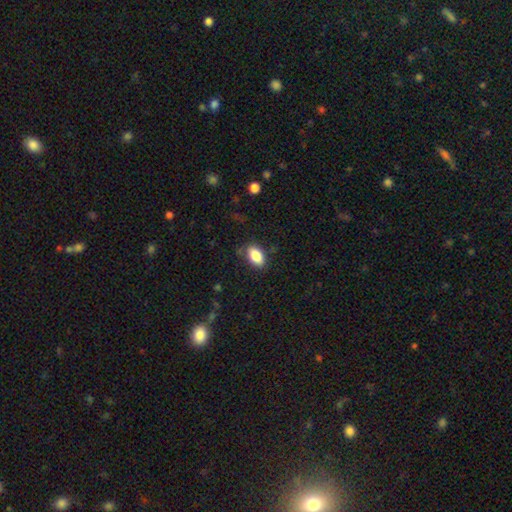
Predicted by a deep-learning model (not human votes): Smooth or featured? Predicted: smooth (p=0.86). How rounded? Predicted: in between (p=0.91). Merging? Predicted: none (p=0.81).